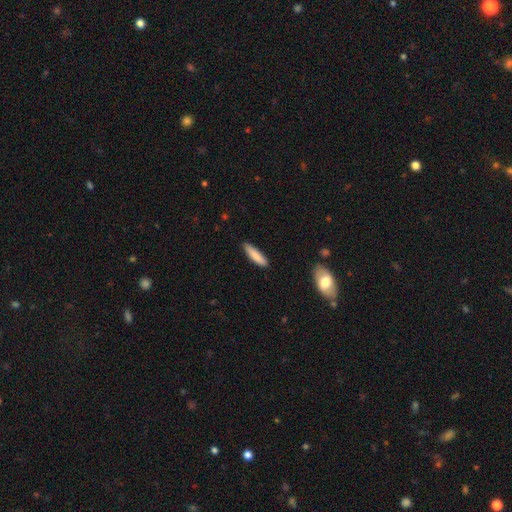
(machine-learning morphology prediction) The model was most divided on "how rounded": cigar-shaped: 74%, in between: 25%, round: 1%. More confident: merging — none (87%); smooth or featured — smooth (84%).